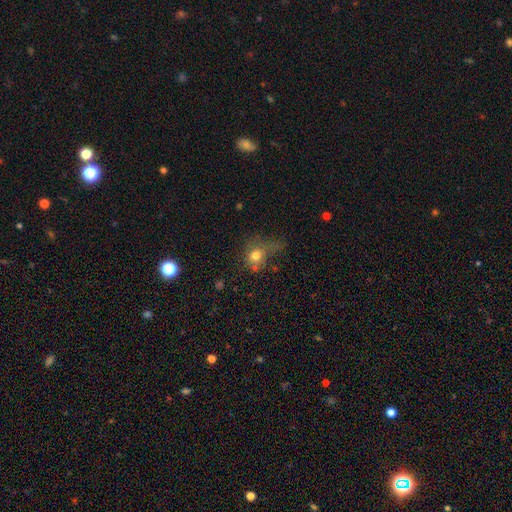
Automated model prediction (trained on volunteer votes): Q: Smooth or featured?
A: smooth (73%); runner-up: star or artifact (14%)
Q: How rounded?
A: round (69%); runner-up: in between (30%)
Q: Merging?
A: none (33%); tied with: major disturbance (33%)